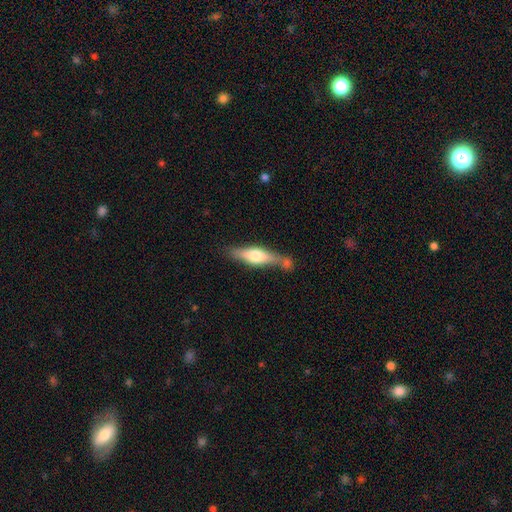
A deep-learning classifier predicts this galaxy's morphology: Smooth or featured?
  - featured or disk: 49% *
  - smooth: 46%
  - star or artifact: 6%
Merging?
  - none: 59% *
  - merger: 19%
  - minor disturbance: 17%
  - major disturbance: 5%